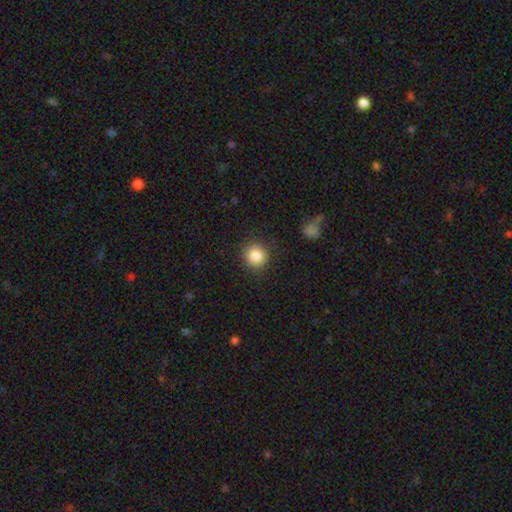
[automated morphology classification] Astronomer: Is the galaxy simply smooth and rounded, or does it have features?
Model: smooth — 86%.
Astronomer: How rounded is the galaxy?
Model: round — 90%.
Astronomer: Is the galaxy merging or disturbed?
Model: none — 88%.